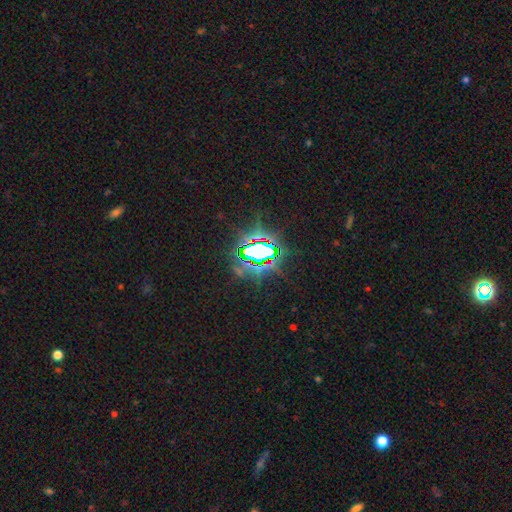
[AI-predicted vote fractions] Smooth or featured?
  - star or artifact: 74% *
  - smooth: 14%
  - featured or disk: 12%